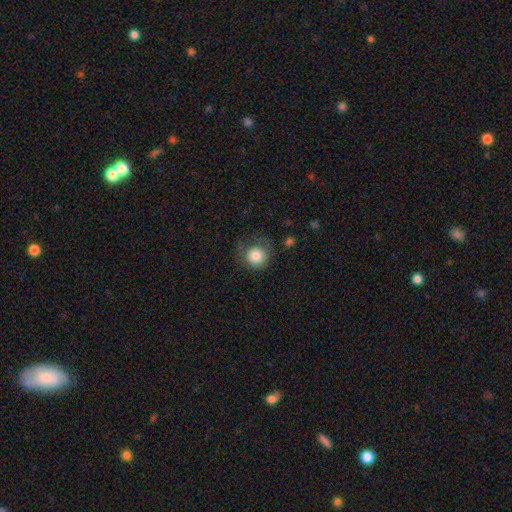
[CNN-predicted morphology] The model was most divided on "merging": none: 65%, minor disturbance: 20%, major disturbance: 13%, merger: 2%. More confident: how rounded — round (91%); smooth or featured — smooth (83%).